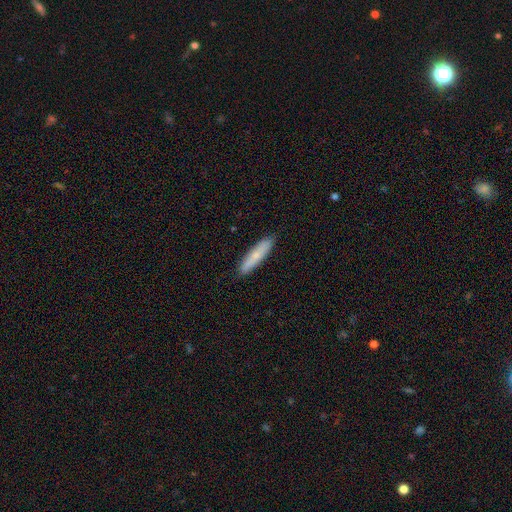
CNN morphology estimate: A smooth galaxy with no disk features (69%) that is cigar-shaped (84%).

Vote fractions:
- Smooth or featured? smooth: 69% / featured or disk: 25% / star or artifact: 6%
- How rounded? cigar-shaped: 84% / in between: 15% / round: 1%
- Merging? none: 89% / minor disturbance: 8% / major disturbance: 2% / merger: 1%